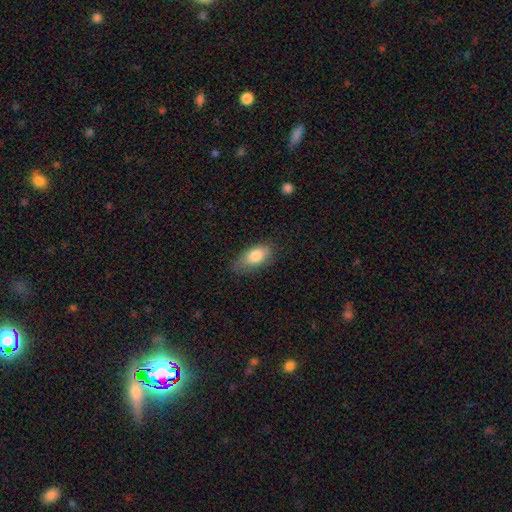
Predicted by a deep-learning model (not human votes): Smooth or featured? smooth (81%)
How rounded? in between (90%)
Merging? none (71%)